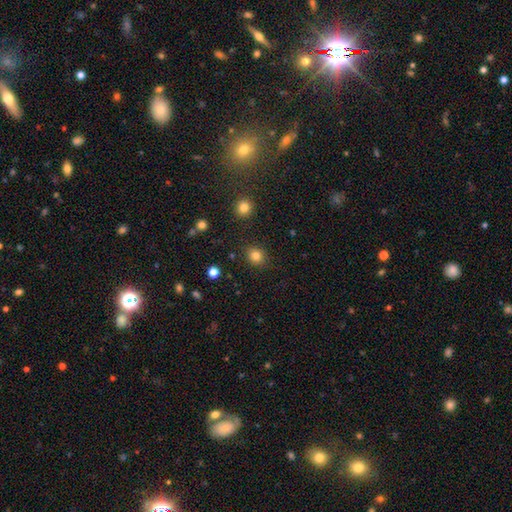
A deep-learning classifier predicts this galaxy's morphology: Smooth or featured? smooth (82%)
How rounded? round (74%)
Merging? none (88%)